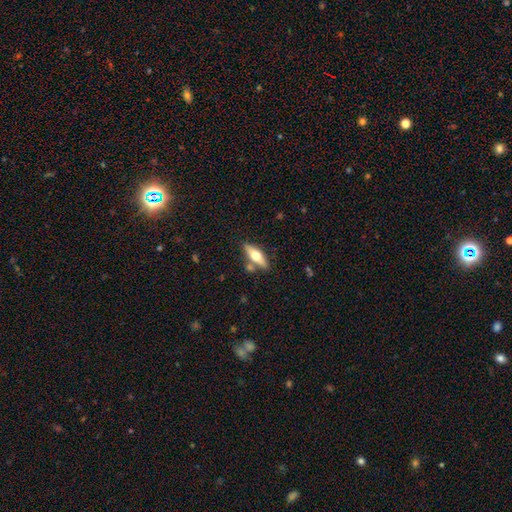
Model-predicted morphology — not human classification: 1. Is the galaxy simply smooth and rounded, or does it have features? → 52% smooth, 42% featured or disk, 6% star or artifact.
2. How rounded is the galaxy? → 53% in between, 44% cigar-shaped, 3% round.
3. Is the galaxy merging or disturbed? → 75% none, 12% minor disturbance, 10% merger, 3% major disturbance.